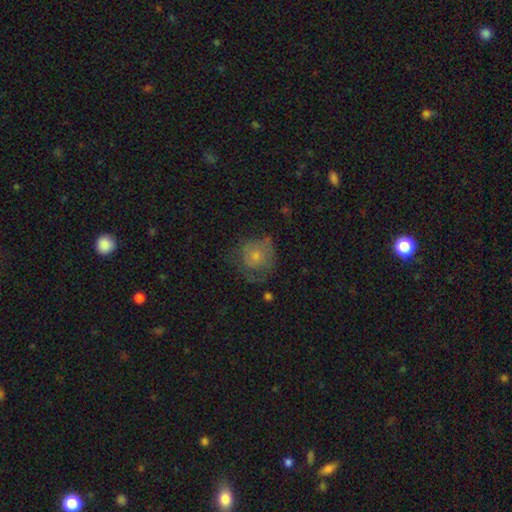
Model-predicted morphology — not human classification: This is possibly a smooth galaxy (54%). How rounded: clearly round (82%). Merging: possibly none (47%).